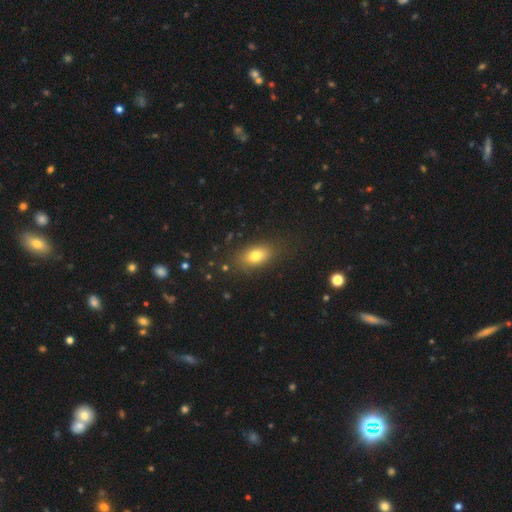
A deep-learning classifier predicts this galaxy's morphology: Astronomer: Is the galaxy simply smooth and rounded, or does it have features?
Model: smooth — 77%.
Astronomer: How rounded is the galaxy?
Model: in between — 85%.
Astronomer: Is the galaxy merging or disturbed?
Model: none — 80%.